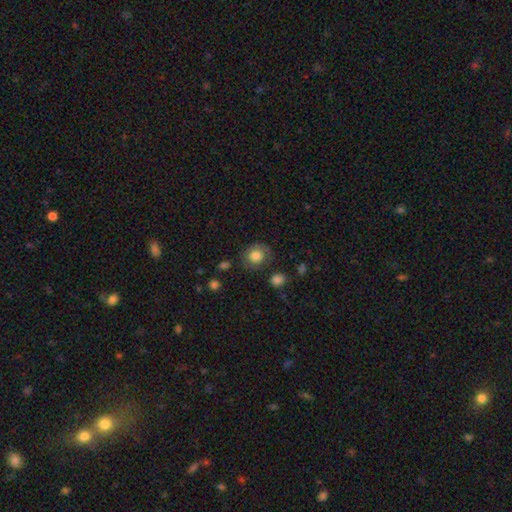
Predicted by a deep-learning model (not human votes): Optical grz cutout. It shows a smooth galaxy with no disk features (76%) that is round (71%). Merging: none (73%).